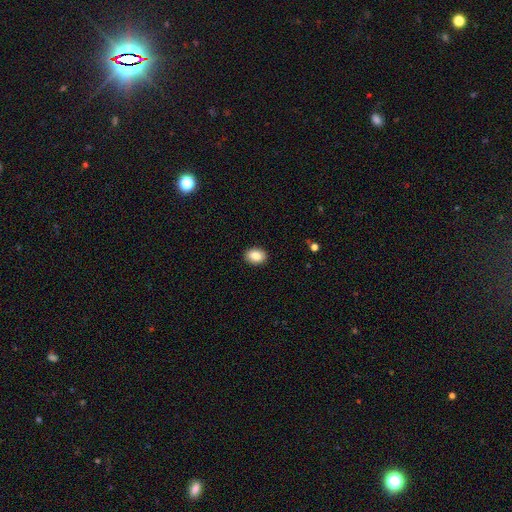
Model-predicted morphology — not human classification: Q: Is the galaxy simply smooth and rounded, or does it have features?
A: smooth — 87%.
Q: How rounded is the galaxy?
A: in between — 69%.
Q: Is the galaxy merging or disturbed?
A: none — 91%.